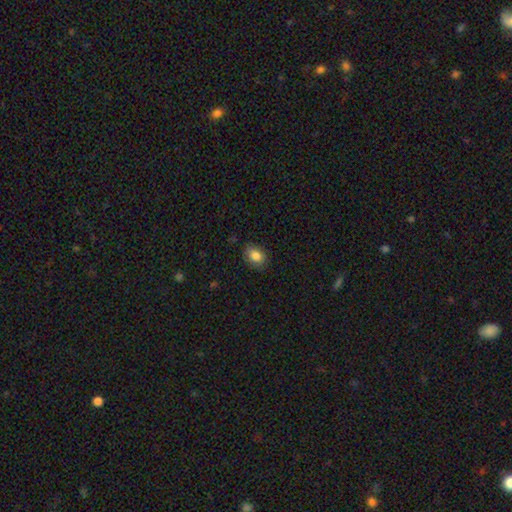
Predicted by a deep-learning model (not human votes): smooth-or-featured: smooth: 85% | star or artifact: 8% | featured or disk: 6%
  how-rounded: in between: 77% | round: 22% | cigar-shaped: 1%
  merging: none: 83% | minor disturbance: 13% | major disturbance: 3% | merger: 1%